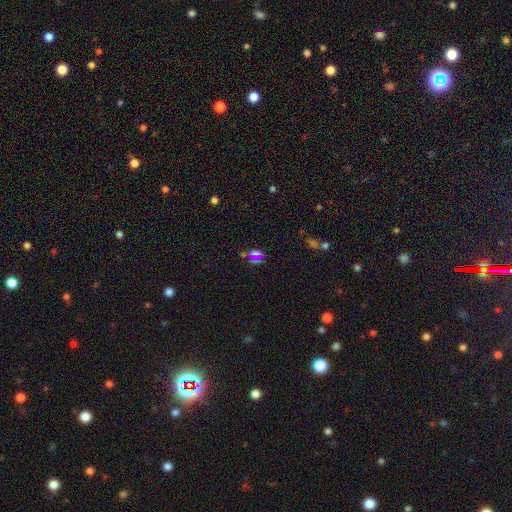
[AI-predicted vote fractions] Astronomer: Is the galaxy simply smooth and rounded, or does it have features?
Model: smooth — 47% (runner-up: star or artifact, 35%).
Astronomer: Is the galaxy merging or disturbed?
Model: none — 55%.